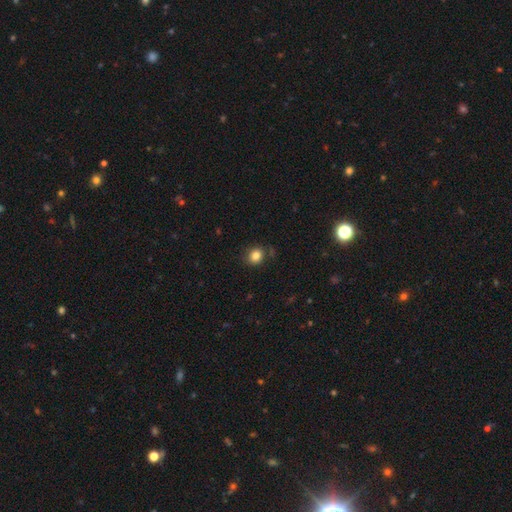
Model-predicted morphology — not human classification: This is clearly a smooth galaxy (83%). How rounded: likely round (70%). Merging: clearly none (80%).